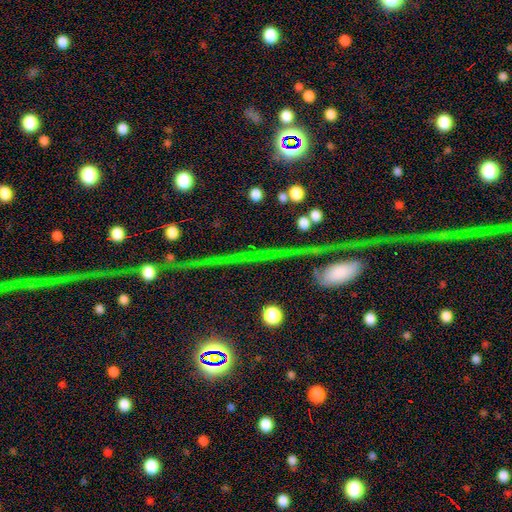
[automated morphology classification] This is likely a star or artifact rather than a galaxy (65%).